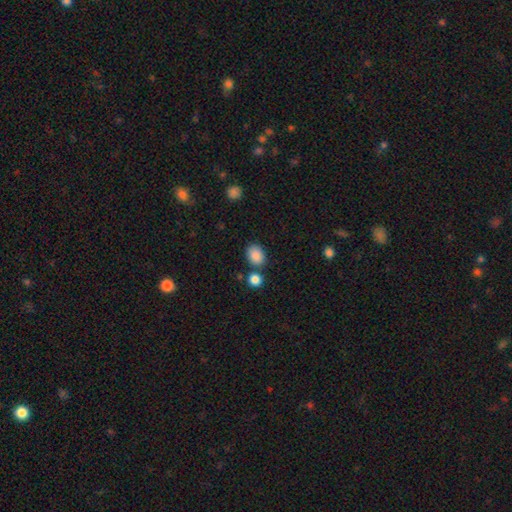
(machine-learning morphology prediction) smooth-or-featured: smooth: 87% | star or artifact: 9% | featured or disk: 4%
  how-rounded: in between: 68% | round: 31% | cigar-shaped: 1%
  merging: none: 71% | minor disturbance: 13% | merger: 12% | major disturbance: 4%